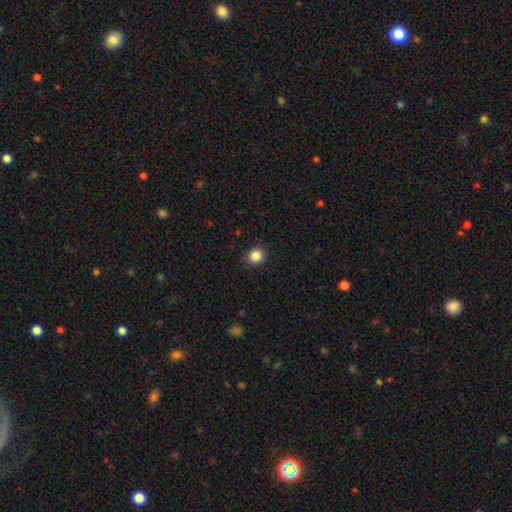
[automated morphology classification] A smooth galaxy with no disk features (86%) that is round (86%). Merging: none (91%).